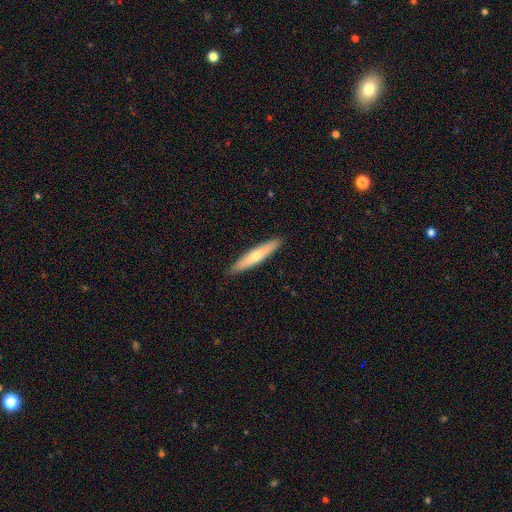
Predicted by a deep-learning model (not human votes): smooth_or_featured: smooth (p=0.56) [alt: featured or disk p=0.39]
how_rounded: cigar-shaped (p=0.92) [alt: in between p=0.07]
merging: none (p=0.91) [alt: minor disturbance p=0.07]